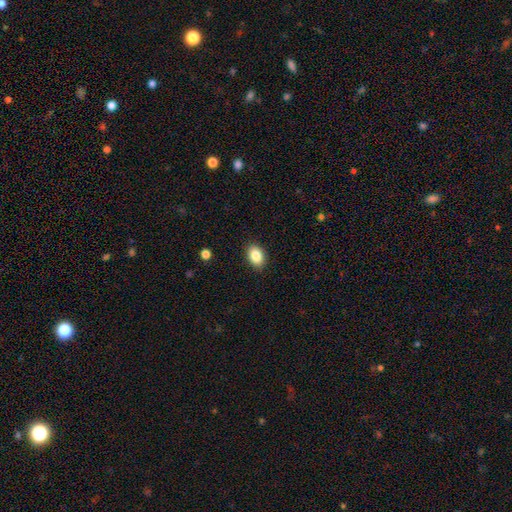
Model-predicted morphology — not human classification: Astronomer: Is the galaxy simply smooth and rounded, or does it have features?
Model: smooth — 86%.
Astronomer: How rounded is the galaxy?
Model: in between — 84%.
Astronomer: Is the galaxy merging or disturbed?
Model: none — 89%.